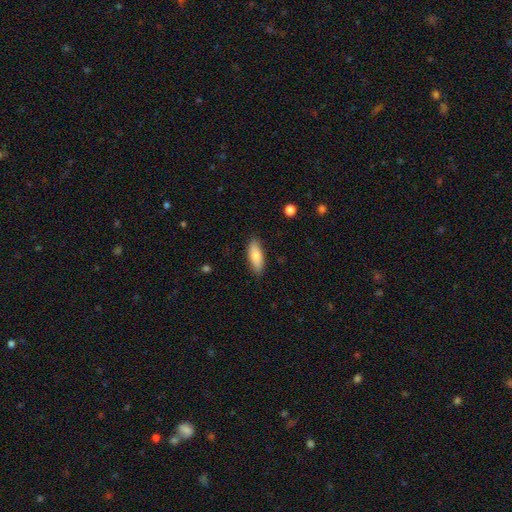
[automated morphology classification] Smooth or featured? Predicted: smooth (p=0.80). How rounded? Predicted: in between (p=0.72). Merging? Predicted: none (p=0.86).